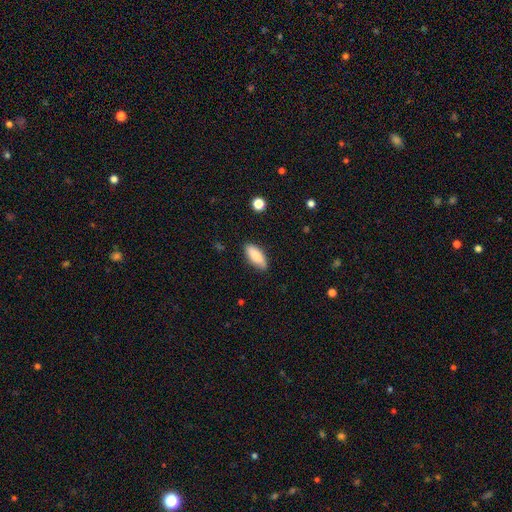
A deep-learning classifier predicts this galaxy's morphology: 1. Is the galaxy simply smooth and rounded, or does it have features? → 84% smooth, 10% featured or disk, 6% star or artifact.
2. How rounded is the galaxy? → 78% in between, 20% cigar-shaped, 2% round.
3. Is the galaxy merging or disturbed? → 84% none, 12% minor disturbance, 2% major disturbance, 1% merger.